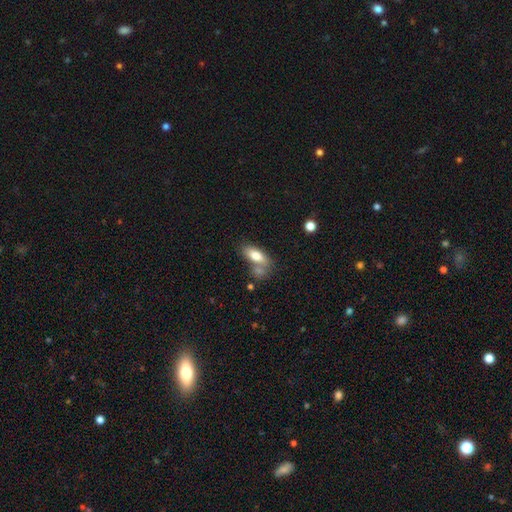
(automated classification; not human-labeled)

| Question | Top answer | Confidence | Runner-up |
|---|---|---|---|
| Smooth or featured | smooth | 77% | featured or disk (16%) |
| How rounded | in between | 81% | cigar-shaped (15%) |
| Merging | none | 47% | merger (30%) |